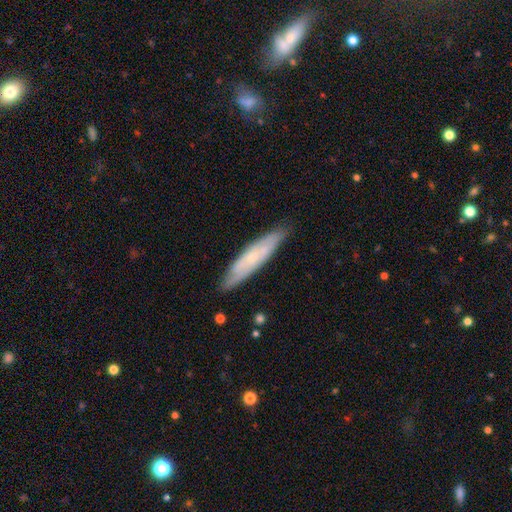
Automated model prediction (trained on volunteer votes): Overall: featured or disk (49%; smooth 43%). Merging: none (85%).